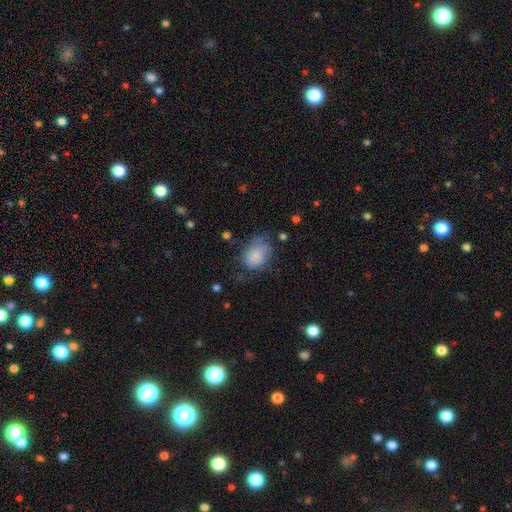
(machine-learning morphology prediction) type=smooth (81%); roundness=in between (65%); merging=none (46%).